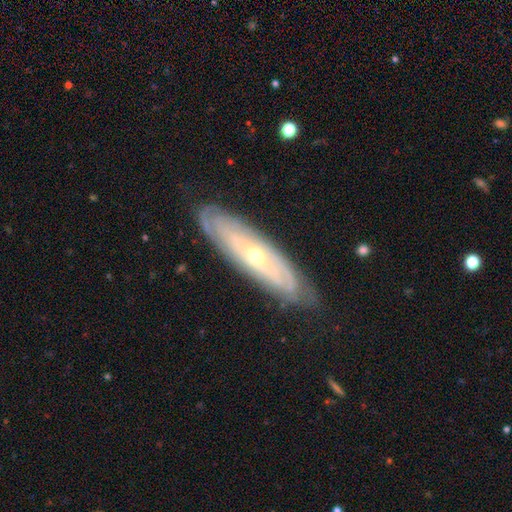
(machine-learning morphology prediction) A featured or disk galaxy (77%) with no bar (80%), spiral arms (78%) and a small central bulge (54%).

Vote fractions:
- Smooth or featured? featured or disk: 77% / smooth: 17% / star or artifact: 6%
- Edge-on disk? no: 69% / yes: 31%
- Bar? no: 80% / weak: 15% / strong: 5%
- Spiral arms? yes: 78% / no: 22%
- Bulge size? small: 54% / moderate: 43% / large: 1% / dominant: 1% / none: 1%
- Merging? none: 82% / minor disturbance: 14% / major disturbance: 3% / merger: 1%